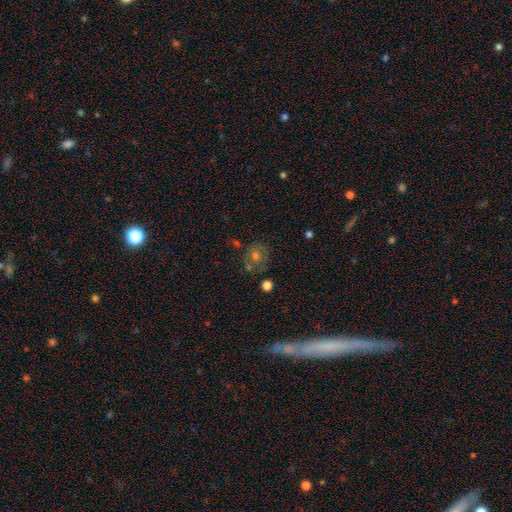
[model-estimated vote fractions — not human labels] Morphology: type=smooth (42%); merging=none (70%).